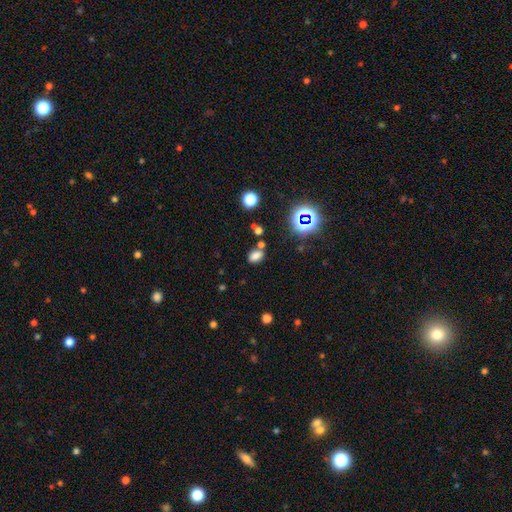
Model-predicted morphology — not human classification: Smooth or featured: smooth — 70% (star or artifact — 21%)
How rounded: in between — 78% (round — 20%)
Merging: none — 66% (merger — 15%)